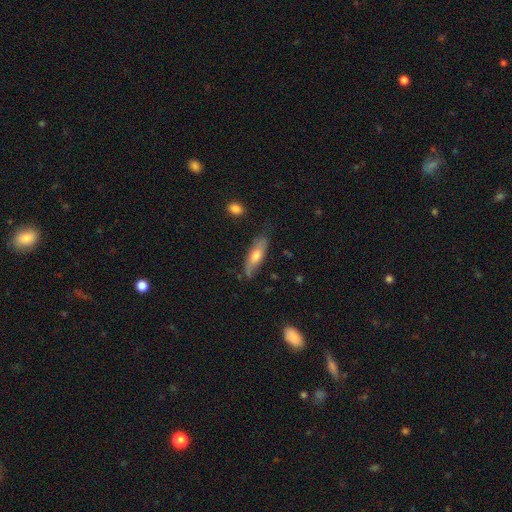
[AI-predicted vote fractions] Morphology: type=smooth (58%); roundness=cigar-shaped (52%); merging=none (70%).